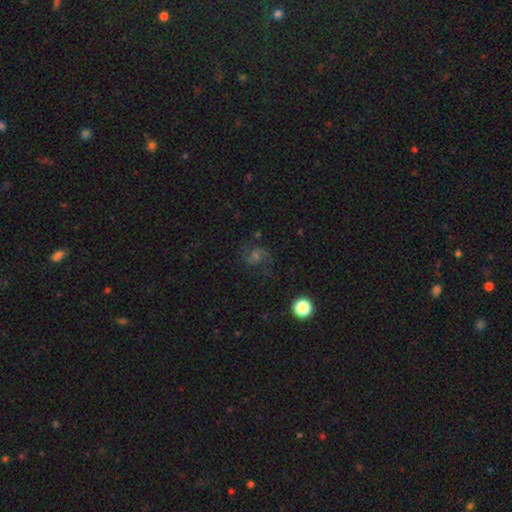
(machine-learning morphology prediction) This appears to be a featured or disk galaxy (63%) with no bar (58%), 2 (87%) medium (51%) spiral arms (93%) and a small central bulge (41%). Merging: none (75%).